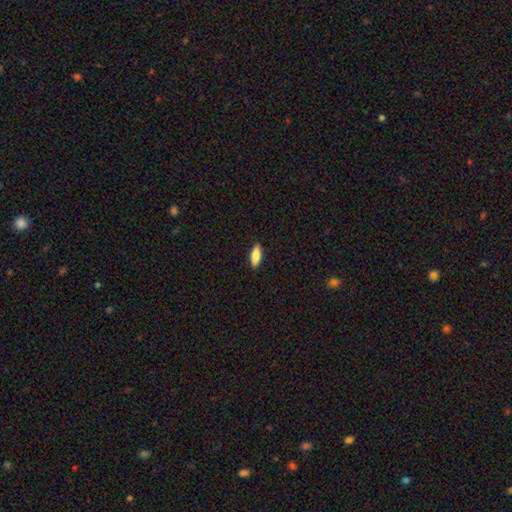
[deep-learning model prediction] Morphology: type=smooth (83%); roundness=in between (67%); merging=none (90%).